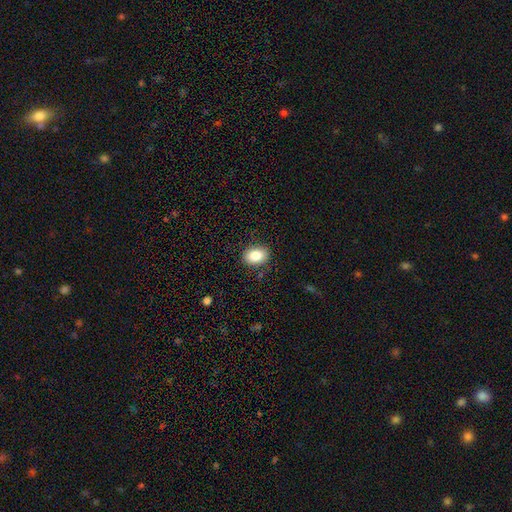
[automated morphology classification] Smooth or featured?
  - smooth: 84% *
  - star or artifact: 8%
  - featured or disk: 7%
How rounded?
  - in between: 74% *
  - round: 25%
  - cigar-shaped: 1%
Merging?
  - none: 87% *
  - minor disturbance: 9%
  - major disturbance: 3%
  - merger: 1%